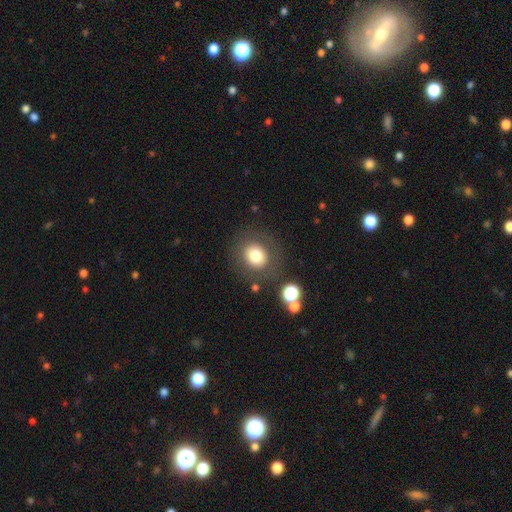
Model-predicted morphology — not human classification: Smooth or featured? smooth (74%)
How rounded? round (82%)
Merging? none (82%)